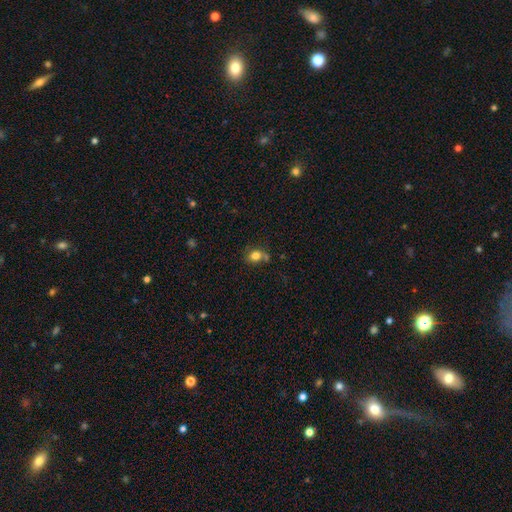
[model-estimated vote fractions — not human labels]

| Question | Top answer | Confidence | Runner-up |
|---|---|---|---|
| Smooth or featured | smooth | 80% | star or artifact (11%) |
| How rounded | round | 50% | in between (49%) |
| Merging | none | 57% | minor disturbance (19%) |